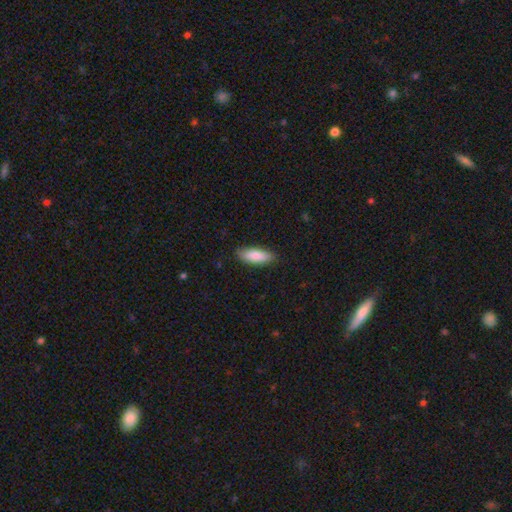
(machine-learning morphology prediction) This is clearly a smooth galaxy (86%). How rounded: likely in between (70%). Merging: clearly none (84%).